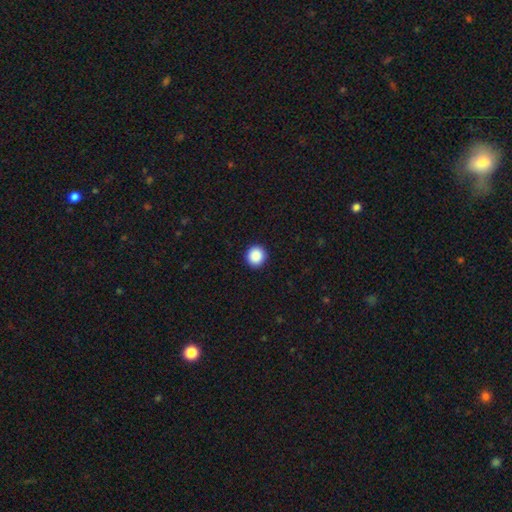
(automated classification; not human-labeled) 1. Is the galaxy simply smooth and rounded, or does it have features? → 89% smooth, 9% star or artifact, 2% featured or disk.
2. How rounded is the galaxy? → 93% round, 6% in between, 1% cigar-shaped.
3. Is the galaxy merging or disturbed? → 93% none, 4% minor disturbance, 2% major disturbance, 1% merger.